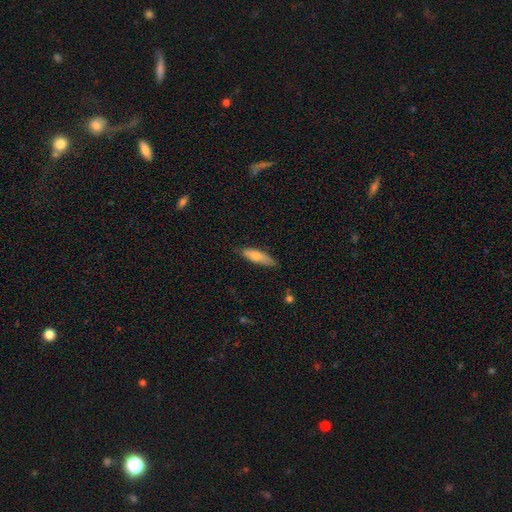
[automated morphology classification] This appears to be a smooth galaxy with no disk features (72%) that is cigar-shaped (63%). Merging: none (77%).